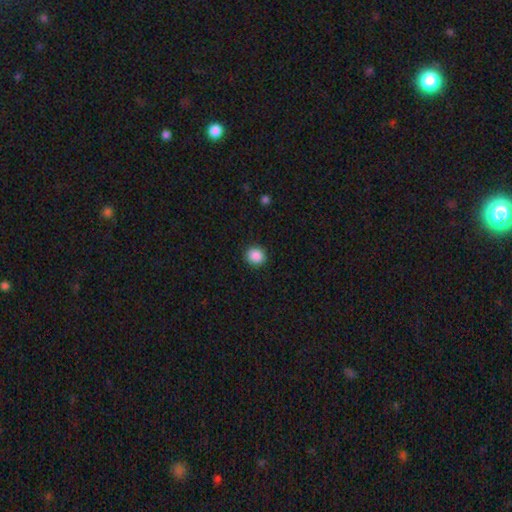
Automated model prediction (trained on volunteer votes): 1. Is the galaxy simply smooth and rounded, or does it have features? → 88% smooth, 9% star or artifact, 3% featured or disk.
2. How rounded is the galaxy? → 87% round, 12% in between, 1% cigar-shaped.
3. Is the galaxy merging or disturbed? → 91% none, 6% minor disturbance, 2% major disturbance, 1% merger.